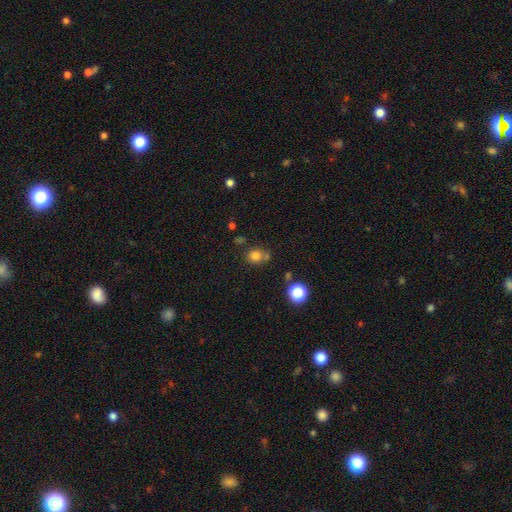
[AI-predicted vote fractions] smooth_or_featured: smooth (p=0.78) [alt: star or artifact p=0.15]
how_rounded: round (p=0.78) [alt: in between p=0.21]
merging: none (p=0.61) [alt: merger p=0.21]